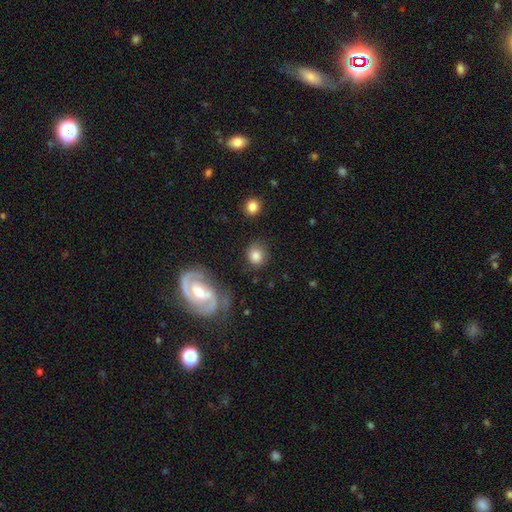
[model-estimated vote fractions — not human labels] A smooth galaxy with no disk features (76%) that is round (76%). Merging: none (74%).